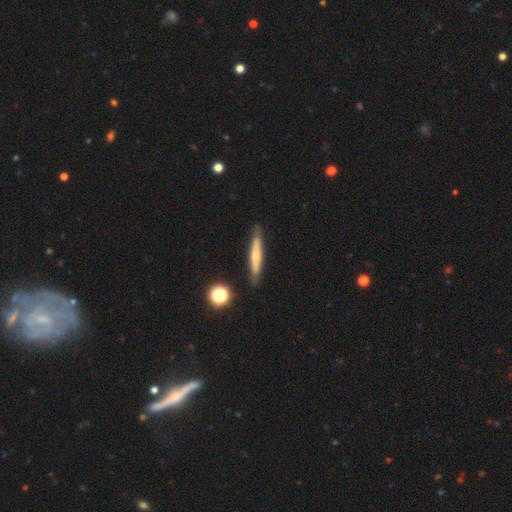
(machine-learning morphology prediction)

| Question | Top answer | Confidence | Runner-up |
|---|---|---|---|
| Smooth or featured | smooth | 48% | featured or disk (44%) |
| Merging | none | 84% | minor disturbance (12%) |